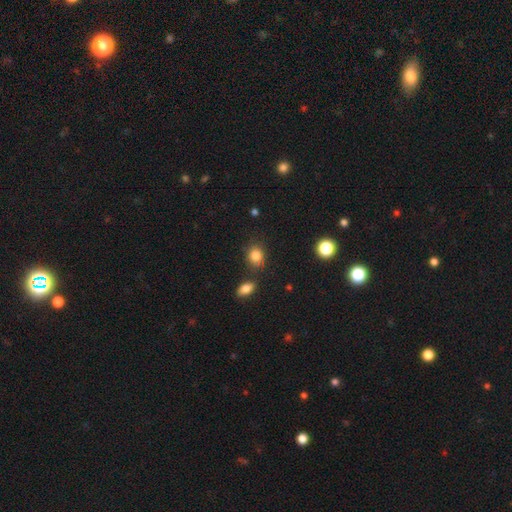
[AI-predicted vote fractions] Smooth or featured? smooth (84%)
How rounded? round (53%)
Merging? none (75%)